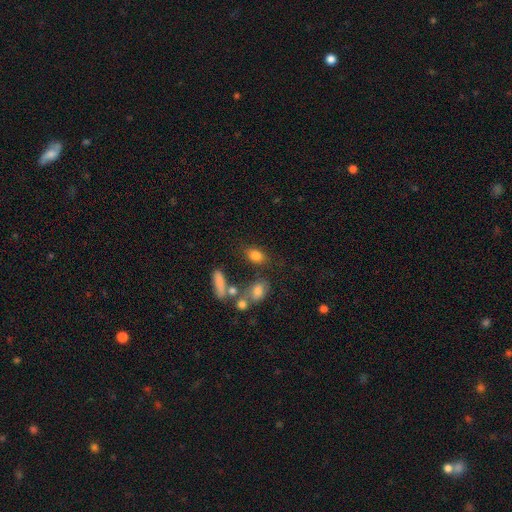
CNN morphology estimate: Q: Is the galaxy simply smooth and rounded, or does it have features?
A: smooth — 79%.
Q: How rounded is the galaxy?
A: in between — 76%.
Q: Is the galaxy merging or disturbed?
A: none — 67%.